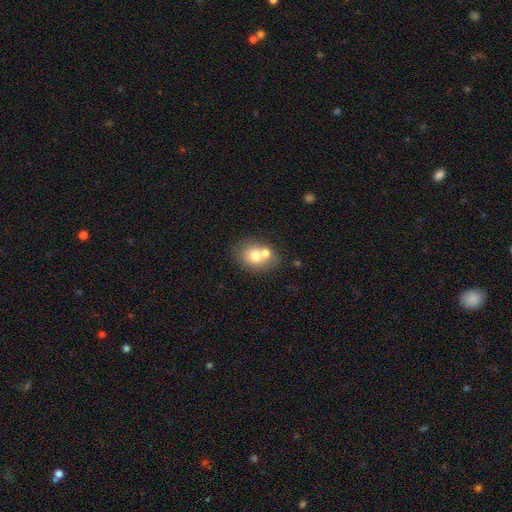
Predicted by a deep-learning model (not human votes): Morphology: type=smooth (69%); roundness=round (51%); merging=none (46%).